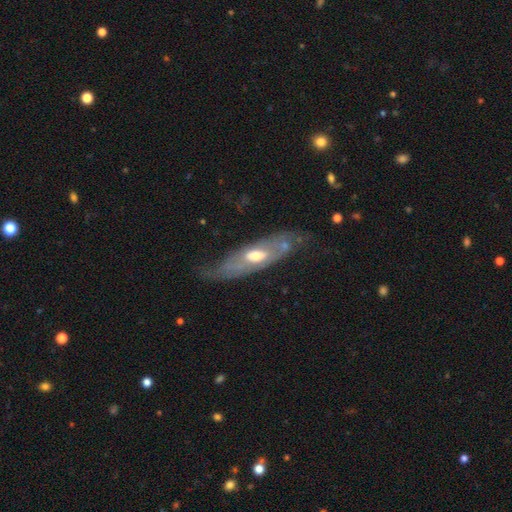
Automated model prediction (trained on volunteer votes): Overall: featured or disk (71%). Edge-on disk: no (65%; yes 35%). Merging: none (64%).